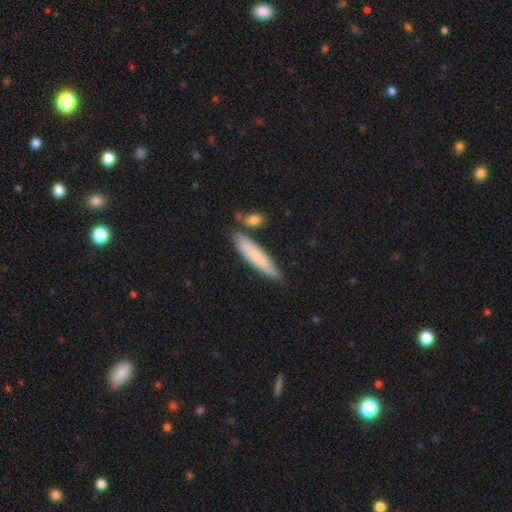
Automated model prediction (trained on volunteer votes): A smooth galaxy with no disk features (74%) that is cigar-shaped (84%). Merging: none (73%).